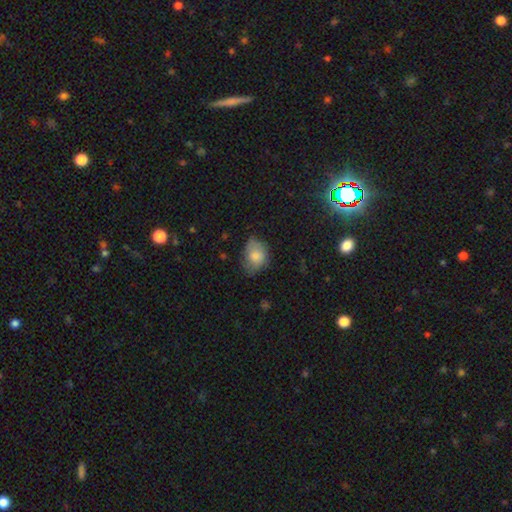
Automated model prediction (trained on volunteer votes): Smooth or featured? smooth (76%)
How rounded? in between (69%)
Merging? none (54%)